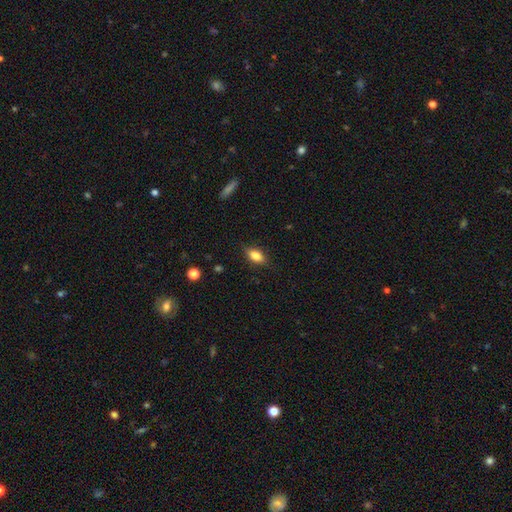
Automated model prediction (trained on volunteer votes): This appears to be a smooth galaxy with no disk features (78%) that is in between round and cigar-shaped (83%). Merging: none (82%).